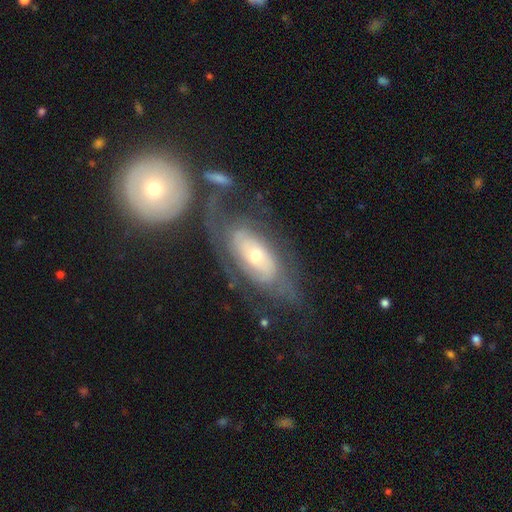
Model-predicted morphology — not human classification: type=featured or disk (73%); edge-on=no (91%); bar=no (75%); spiral arms=yes (78%); winding=tight (62%); arm count=can't tell (48%); bulge=moderate (50%); merging=none (48%).